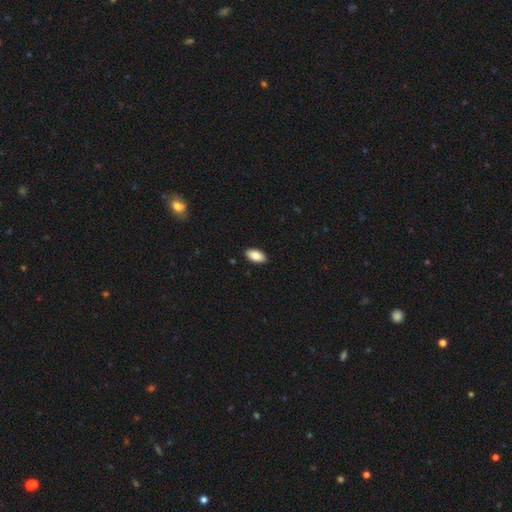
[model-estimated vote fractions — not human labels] Morphology: type=smooth (84%); roundness=in between (94%); merging=none (90%).